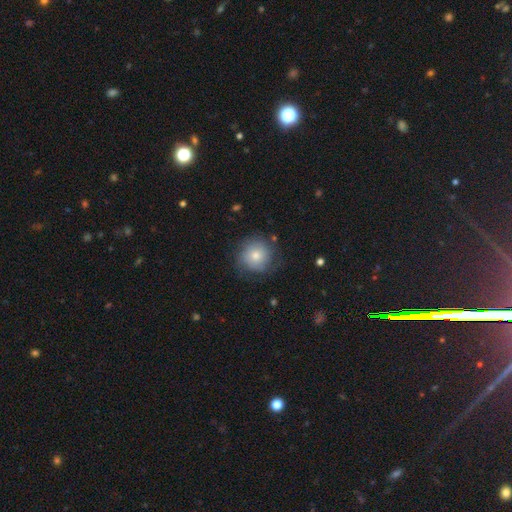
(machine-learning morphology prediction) Smooth or featured?
  - smooth: 73% *
  - featured or disk: 19%
  - star or artifact: 8%
How rounded?
  - round: 92% *
  - in between: 7%
  - cigar-shaped: 1%
Merging?
  - none: 71% *
  - minor disturbance: 20%
  - major disturbance: 8%
  - merger: 1%